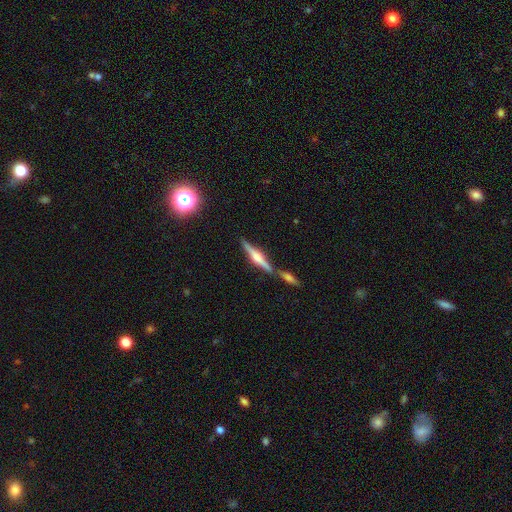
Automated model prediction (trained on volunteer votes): Overall: featured or disk (76%). Edge-on disk: yes (97%). Edge-on bulge: rounded (80%). Merging: none (72%).